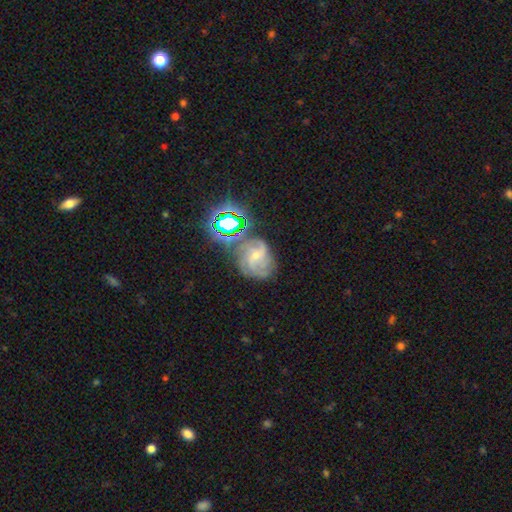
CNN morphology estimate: type=featured or disk (68%); edge-on=no (97%); bar=no (45%); spiral arms=yes (95%); winding=tight (46%); arm count=3 (34%); bulge=small (66%); merging=none (65%).